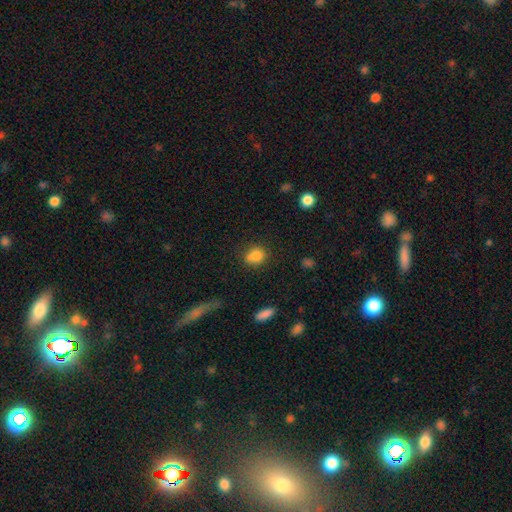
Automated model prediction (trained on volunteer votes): The model was most divided on "how rounded": round: 55%, in between: 44%, cigar-shaped: 2%. More confident: smooth or featured — smooth (83%); merging — none (70%).